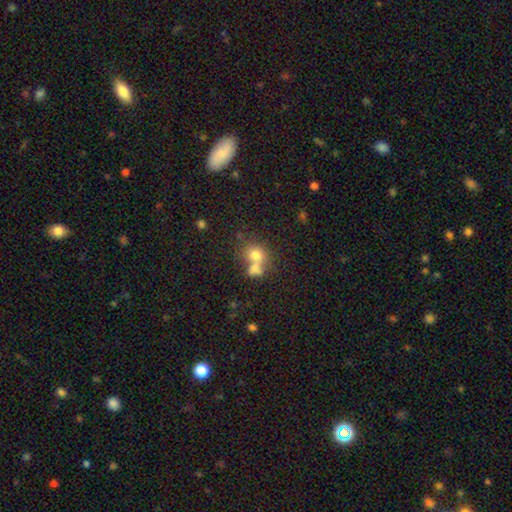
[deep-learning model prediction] Smooth or featured? smooth (72%)
How rounded? round (69%)
Merging? merger (51%)